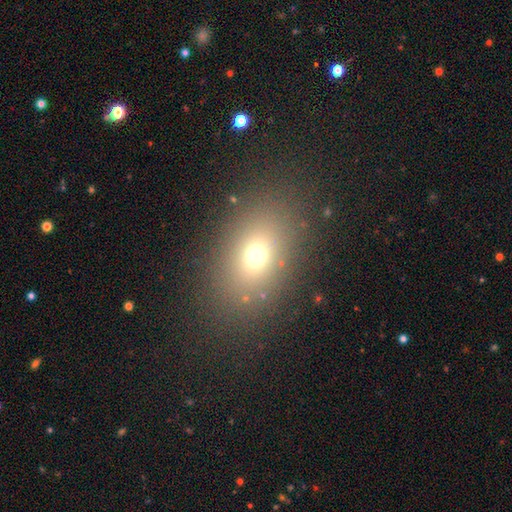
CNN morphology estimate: smooth_or_featured: smooth (p=0.68) [alt: star or artifact p=0.18]
how_rounded: in between (p=0.72) [alt: round p=0.26]
merging: none (p=0.83) [alt: minor disturbance p=0.09]